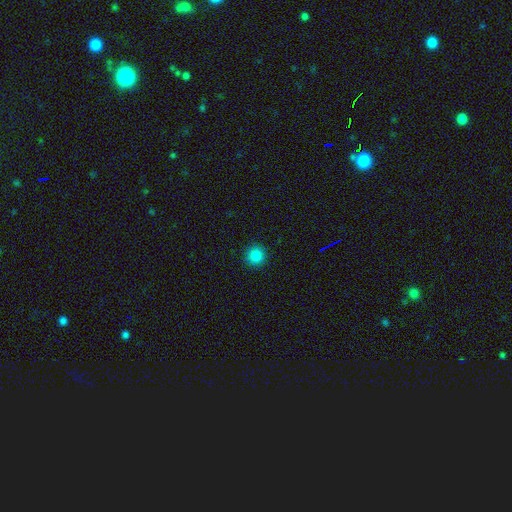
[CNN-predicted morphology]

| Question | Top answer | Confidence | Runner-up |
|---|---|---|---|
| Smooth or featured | smooth | 85% | star or artifact (11%) |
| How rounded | round | 93% | in between (6%) |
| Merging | none | 92% | minor disturbance (5%) |